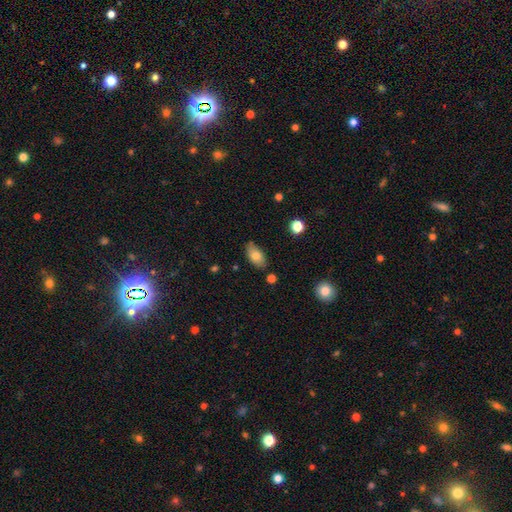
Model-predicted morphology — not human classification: Smooth or featured: smooth — 77% (featured or disk — 16%)
How rounded: in between — 91% (round — 5%)
Merging: none — 79% (minor disturbance — 15%)